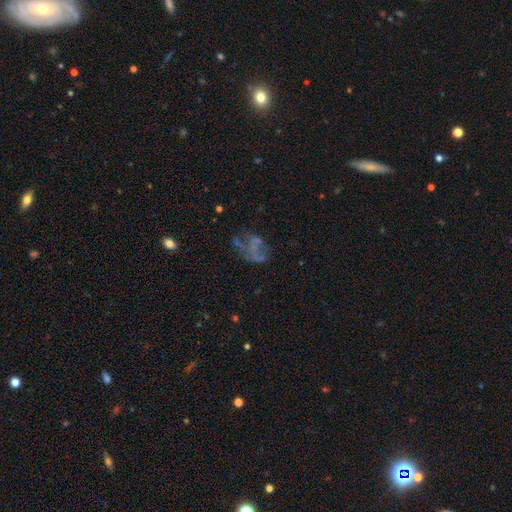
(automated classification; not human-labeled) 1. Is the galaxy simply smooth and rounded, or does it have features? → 45% featured or disk, 30% star or artifact, 25% smooth.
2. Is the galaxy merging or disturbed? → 51% none, 25% major disturbance, 17% minor disturbance, 7% merger.